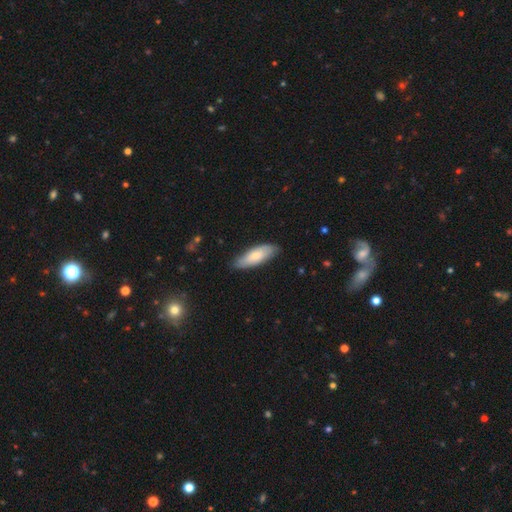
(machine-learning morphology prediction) A smooth galaxy with no disk features (73%) that is in between round and cigar-shaped (63%).

Vote fractions:
- Smooth or featured? smooth: 73% / featured or disk: 22% / star or artifact: 5%
- How rounded? in between: 63% / cigar-shaped: 35% / round: 2%
- Merging? none: 80% / minor disturbance: 16% / major disturbance: 2% / merger: 1%